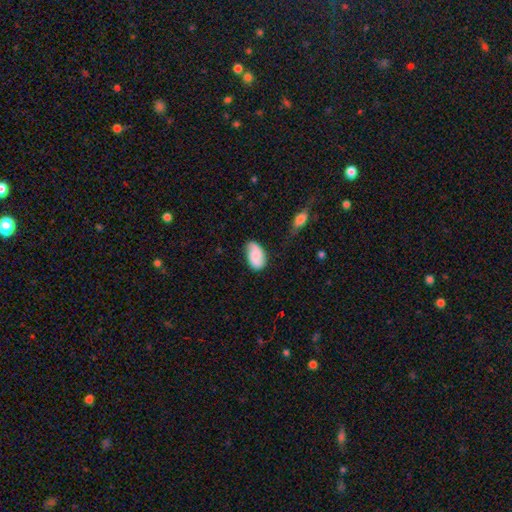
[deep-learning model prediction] Morphology: type=smooth (68%); roundness=in between (92%); merging=none (59%).